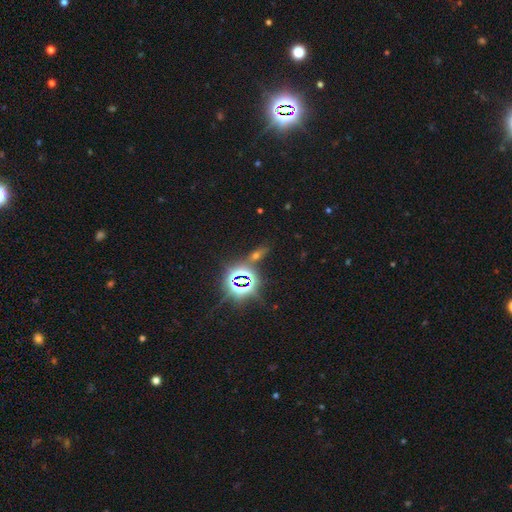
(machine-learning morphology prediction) This appears to be a star or artifact, not a galaxy (56%).